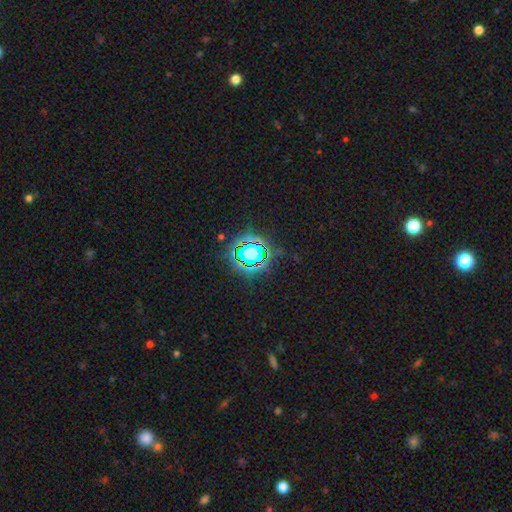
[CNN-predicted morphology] Smooth or featured? Predicted: star or artifact (p=0.79).